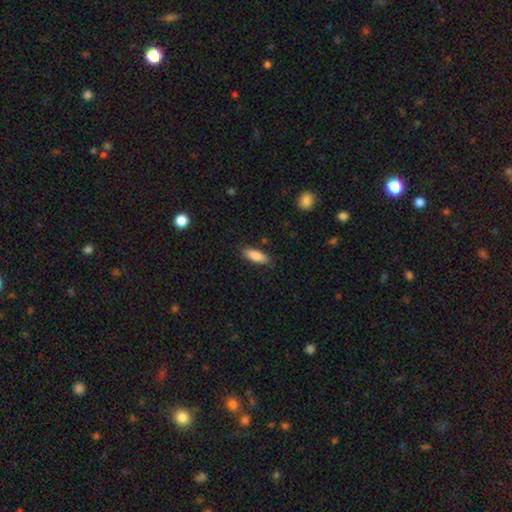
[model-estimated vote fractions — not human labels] A smooth galaxy with no disk features (84%) that is in between round and cigar-shaped (60%).

Vote fractions:
- Smooth or featured? smooth: 84% / featured or disk: 10% / star or artifact: 6%
- How rounded? in between: 60% / cigar-shaped: 38% / round: 2%
- Merging? none: 83% / minor disturbance: 13% / major disturbance: 3% / merger: 1%